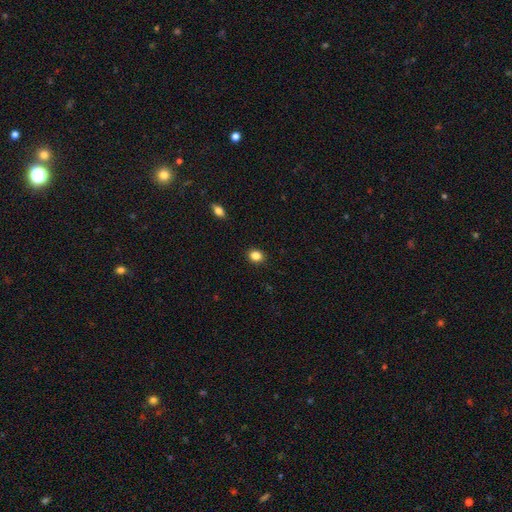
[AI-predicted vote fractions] The model was most divided on "how rounded": round: 61%, in between: 38%, cigar-shaped: 1%. More confident: merging — none (90%); smooth or featured — smooth (85%).